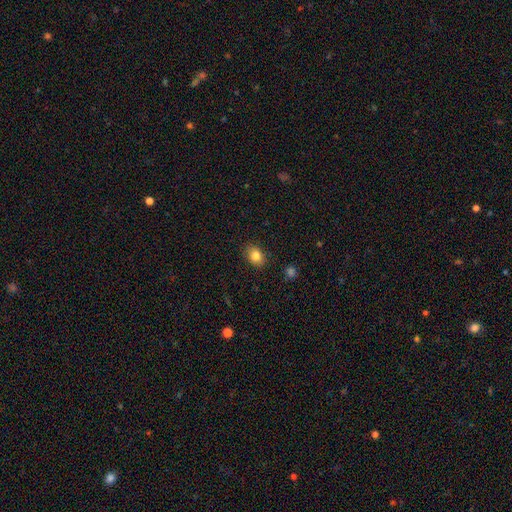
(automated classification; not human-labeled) This is clearly a smooth galaxy (83%). How rounded: possibly in between (58%). Merging: clearly none (87%).